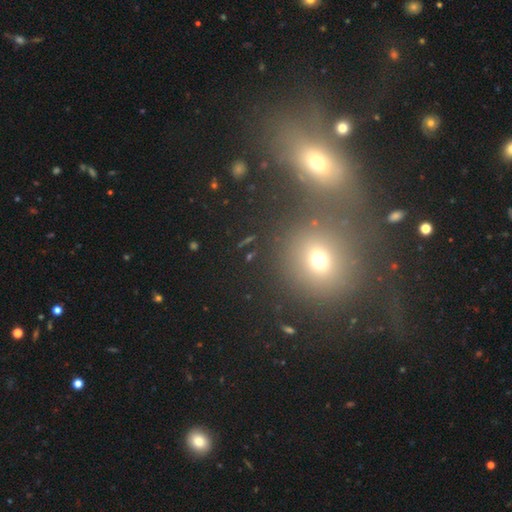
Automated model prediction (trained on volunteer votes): Q: Smooth or featured?
A: smooth (54%); runner-up: star or artifact (30%)
Q: How rounded?
A: round (73%); runner-up: in between (24%)
Q: Merging?
A: merger (47%); runner-up: none (40%)